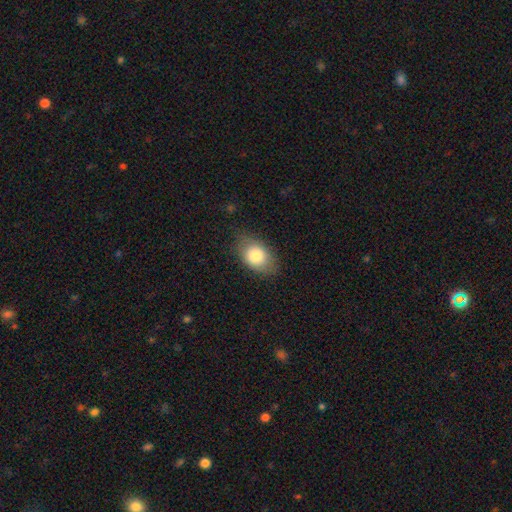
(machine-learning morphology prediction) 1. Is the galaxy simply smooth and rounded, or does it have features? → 81% smooth, 11% featured or disk, 8% star or artifact.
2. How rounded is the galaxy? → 80% in between, 19% round, 2% cigar-shaped.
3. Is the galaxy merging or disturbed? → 76% none, 18% minor disturbance, 5% major disturbance, 1% merger.